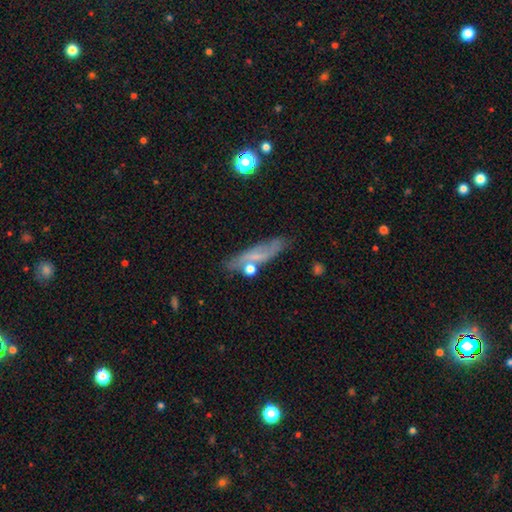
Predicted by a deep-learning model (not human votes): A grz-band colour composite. It shows a smooth galaxy with no disk features (47%). Merging: none (63%).